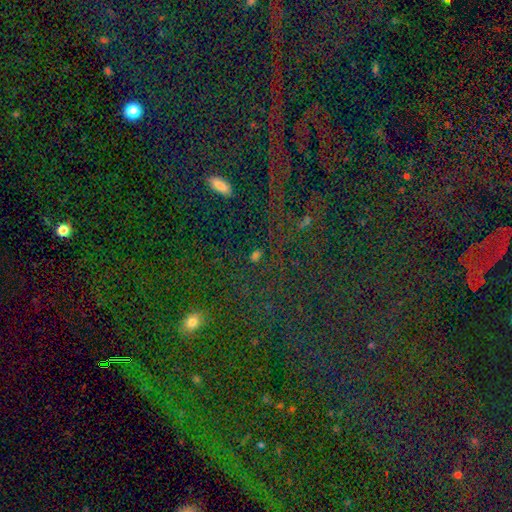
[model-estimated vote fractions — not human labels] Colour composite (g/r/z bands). It shows a star or artifact, not a galaxy (57%).